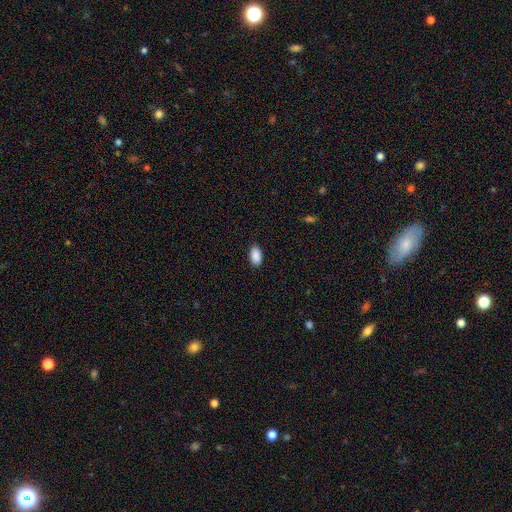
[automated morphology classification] Overall: smooth (90%). How rounded: in between (94%). Merging: none (87%).